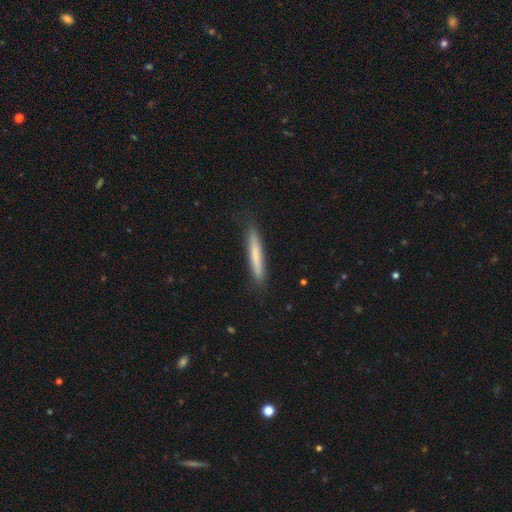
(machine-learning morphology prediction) Overall: smooth (71%). How rounded: cigar-shaped (95%). Merging: none (86%).